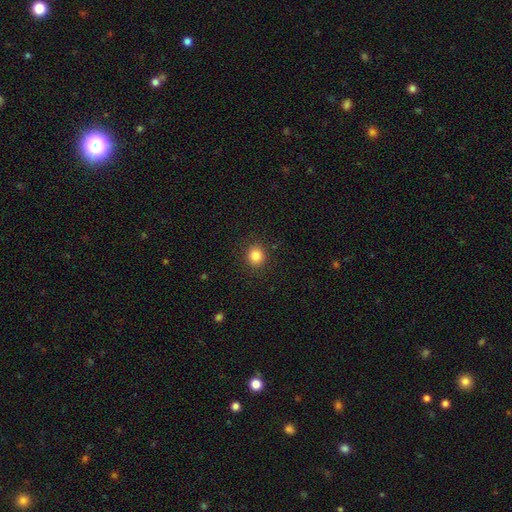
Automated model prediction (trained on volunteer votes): A smooth galaxy with no disk features (85%) that is round (84%). Merging: none (89%).